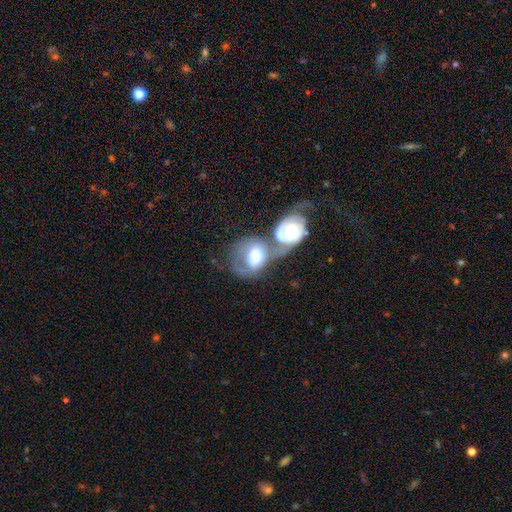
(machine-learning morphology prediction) This appears to be a featured or disk galaxy (53%) with no bar (54%), spiral arms (63%) and a moderate central bulge (53%). Merging: merger (65%).